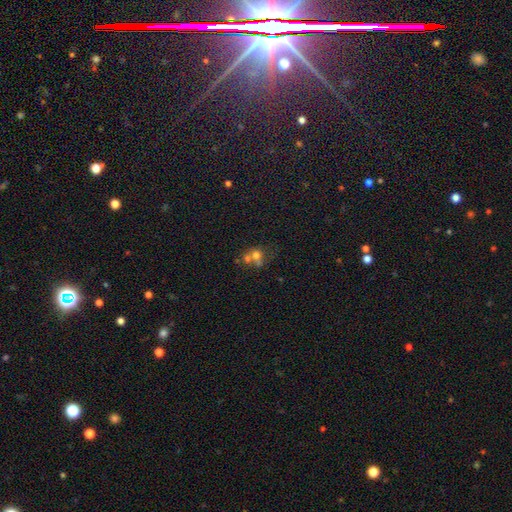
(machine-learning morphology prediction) smooth-or-featured: smooth: 62% | featured or disk: 23% | star or artifact: 15%
  how-rounded: round: 74% | in between: 25% | cigar-shaped: 1%
  merging: merger: 54% | none: 32% | minor disturbance: 8% | major disturbance: 6%